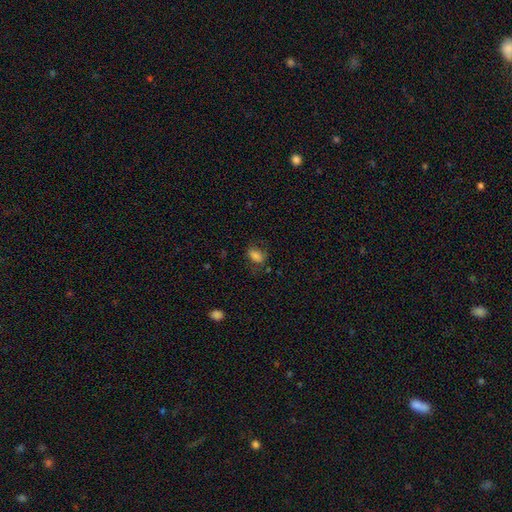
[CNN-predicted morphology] Smooth or featured? Predicted: smooth (p=0.79). How rounded? Predicted: in between (p=0.84). Merging? Predicted: none (p=0.63).